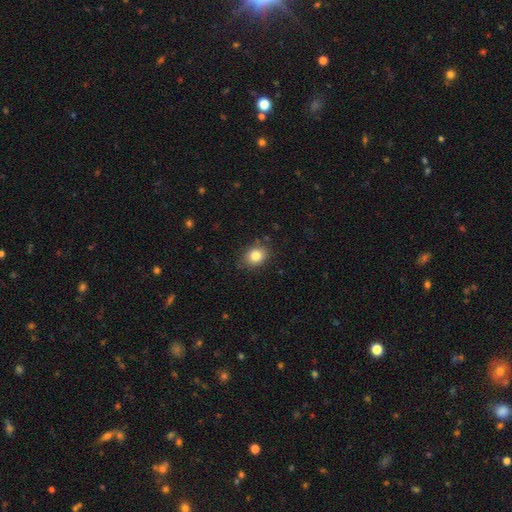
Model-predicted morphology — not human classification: type=smooth (83%); roundness=round (54%); merging=none (84%).